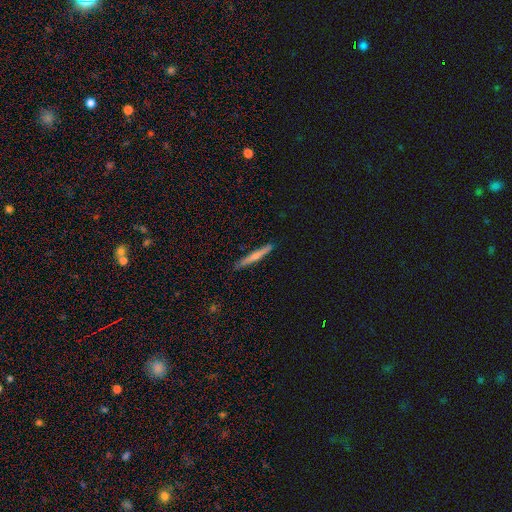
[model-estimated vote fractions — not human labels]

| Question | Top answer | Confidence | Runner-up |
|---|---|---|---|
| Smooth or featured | smooth | 54% | featured or disk (41%) |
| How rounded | cigar-shaped | 96% | in between (3%) |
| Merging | none | 89% | minor disturbance (8%) |